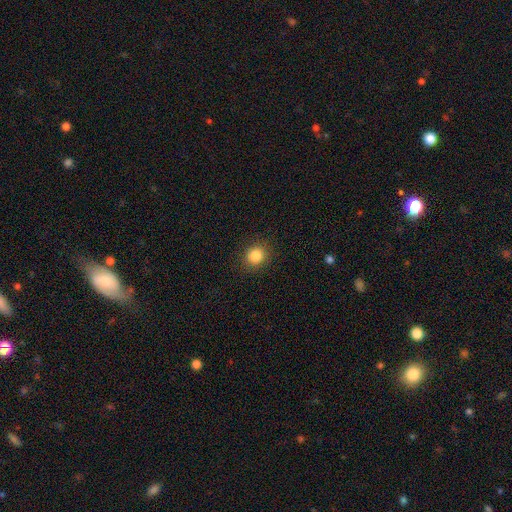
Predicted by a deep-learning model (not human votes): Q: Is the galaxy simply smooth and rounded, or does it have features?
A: smooth — 85%.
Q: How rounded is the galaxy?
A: round — 81%.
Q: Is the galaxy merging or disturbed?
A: none — 90%.